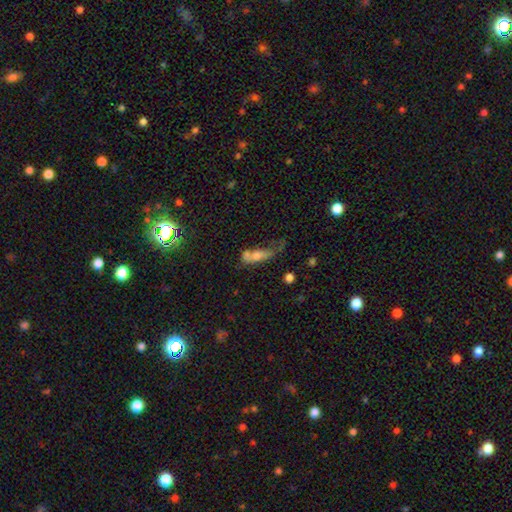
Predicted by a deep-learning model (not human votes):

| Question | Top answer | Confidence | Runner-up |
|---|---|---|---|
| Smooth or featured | smooth | 65% | featured or disk (24%) |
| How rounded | in between | 59% | cigar-shaped (36%) |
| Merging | merger | 28% | none (25%) |